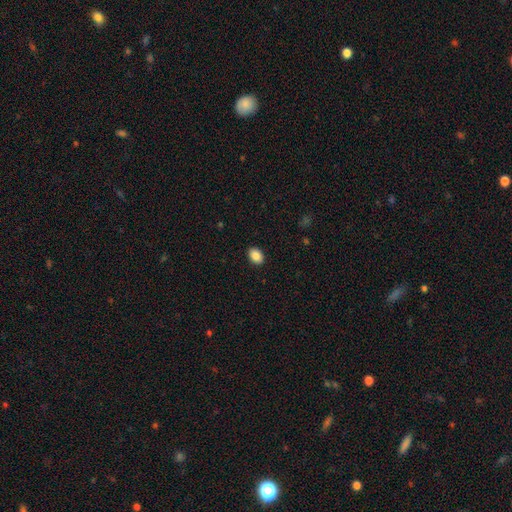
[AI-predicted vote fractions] Morphology: type=smooth (88%); roundness=in between (81%); merging=none (90%).